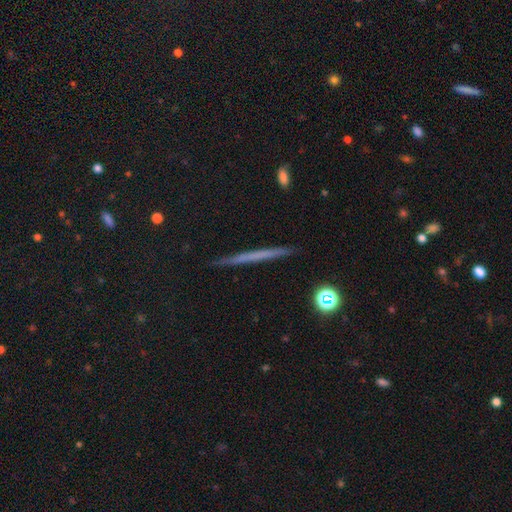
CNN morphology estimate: Smooth or featured: smooth — 45% (featured or disk — 44%)
Merging: none — 91% (minor disturbance — 7%)